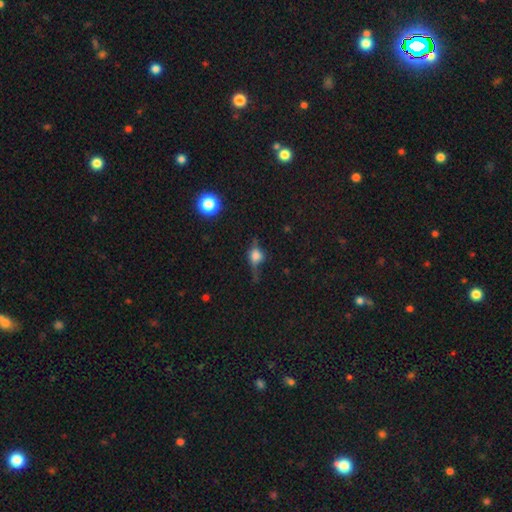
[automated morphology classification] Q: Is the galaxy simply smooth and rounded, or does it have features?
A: featured or disk — 44%.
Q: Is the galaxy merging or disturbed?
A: none — 57%.